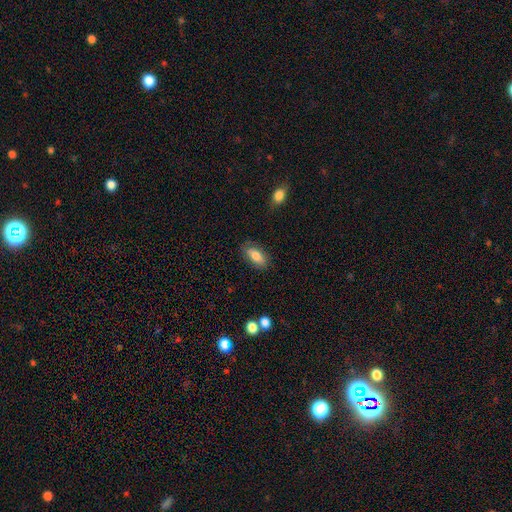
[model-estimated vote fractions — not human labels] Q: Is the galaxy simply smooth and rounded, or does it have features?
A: smooth — 79%.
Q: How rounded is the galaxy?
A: in between — 87%.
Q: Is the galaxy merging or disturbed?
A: none — 81%.